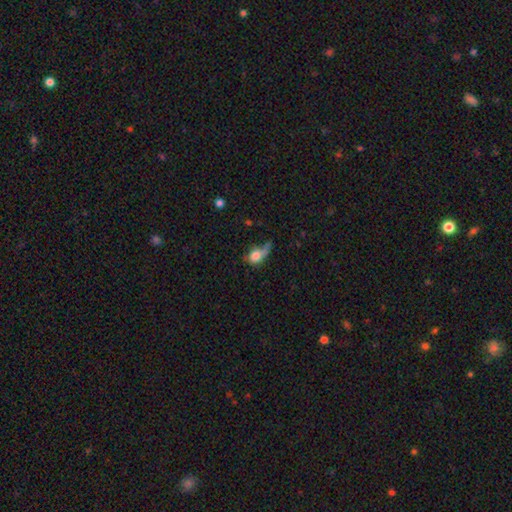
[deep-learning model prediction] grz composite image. It shows a smooth galaxy with no disk features (72%) that is in between round and cigar-shaped (50%). Merging: major disturbance (32%).